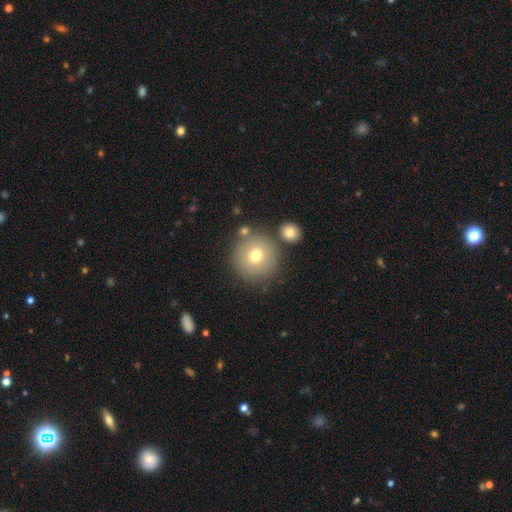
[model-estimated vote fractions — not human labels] Smooth or featured? Predicted: smooth (p=0.72). How rounded? Predicted: round (p=0.94). Merging? Predicted: none (p=0.79).